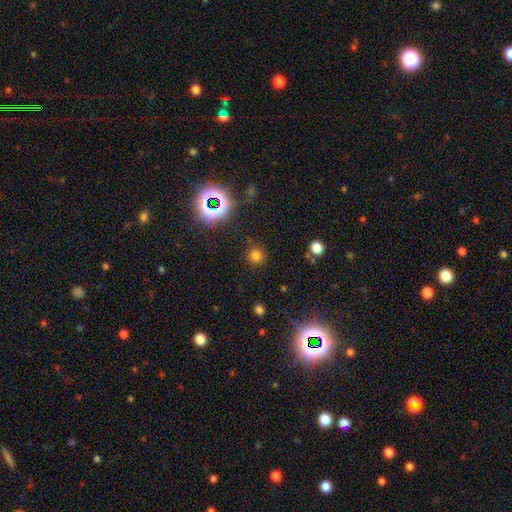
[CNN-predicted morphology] This is likely a smooth galaxy (70%). How rounded: clearly round (92%). Merging: clearly none (87%).